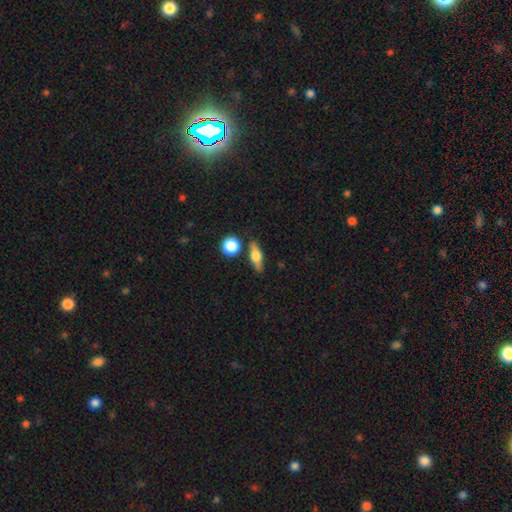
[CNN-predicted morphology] smooth 49%, featured or disk 43%, star or artifact 8%. Down the decision tree: merging — none (77%).